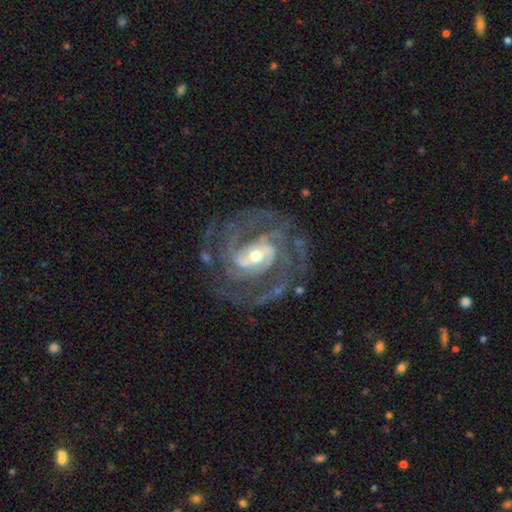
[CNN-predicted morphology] A featured or disk galaxy (92%) with a weak bar (40%), 2 (36%) tight (54%) spiral arms (98%) and a moderate central bulge (51%).

Vote fractions:
- Smooth or featured? featured or disk: 92% / star or artifact: 5% / smooth: 3%
- Edge-on disk? no: 98% / yes: 2%
- Bar? weak: 40% / no: 32% / strong: 29%
- Spiral arms? yes: 98% / no: 2%
- Spiral winding? tight: 54% / medium: 40% / loose: 6%
- Spiral arm count? 2: 36% / 3: 29% / can't tell: 13% / 4: 11% / more than 4: 6% / 1: 5%
- Bulge size? moderate: 51% / small: 43% / large: 4% / none: 1% / dominant: 1%
- Merging? none: 73% / minor disturbance: 15% / major disturbance: 10% / merger: 2%